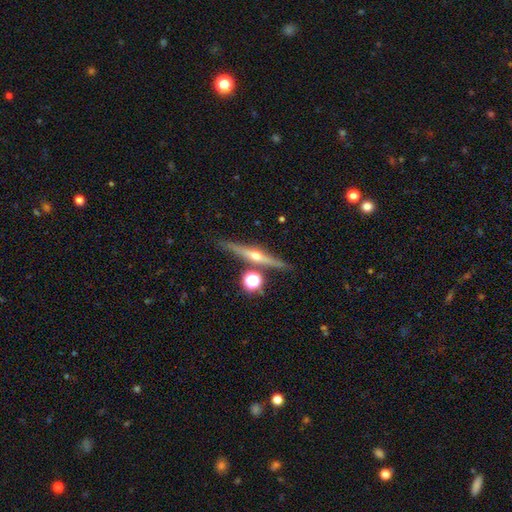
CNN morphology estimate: Smooth or featured: featured or disk — 75% (smooth — 16%)
Edge-on disk: yes — 97% (no — 3%)
Edge-on bulge: rounded — 92% (none — 5%)
Merging: none — 84% (minor disturbance — 8%)